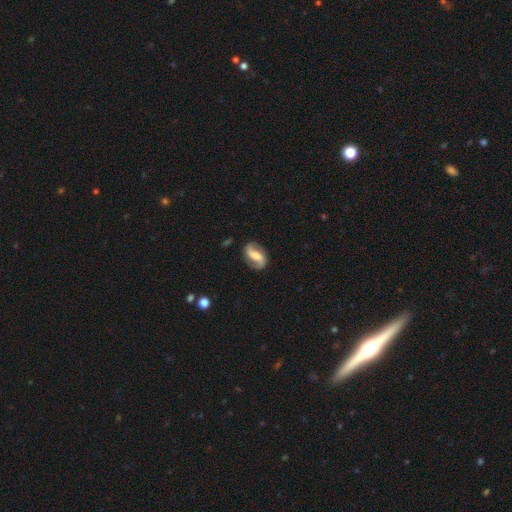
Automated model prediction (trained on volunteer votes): This appears to be a featured or disk galaxy (78%) with a strong bar (43%), 2 (92%) loose (42%) spiral arms (94%) and a moderate central bulge (34%). Merging: none (81%).